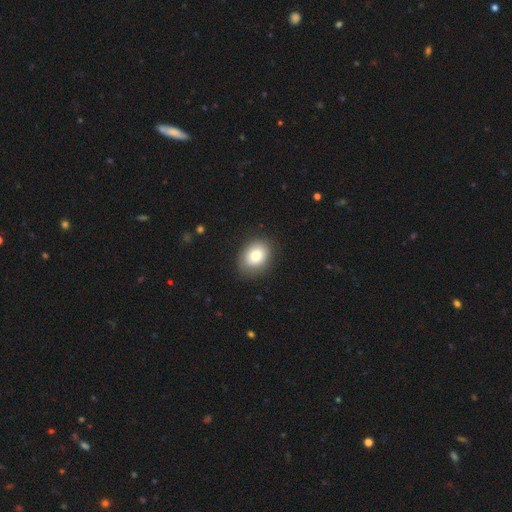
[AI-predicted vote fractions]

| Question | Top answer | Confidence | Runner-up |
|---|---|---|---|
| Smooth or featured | smooth | 81% | featured or disk (11%) |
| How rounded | in between | 62% | round (37%) |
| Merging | none | 85% | minor disturbance (11%) |